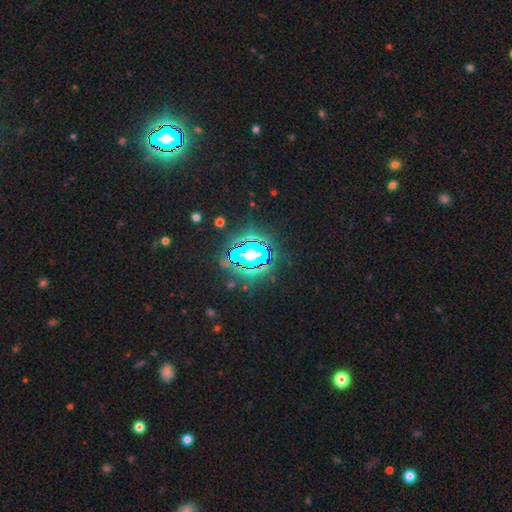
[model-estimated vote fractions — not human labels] smooth-or-featured: star or artifact: 67% | smooth: 18% | featured or disk: 15%